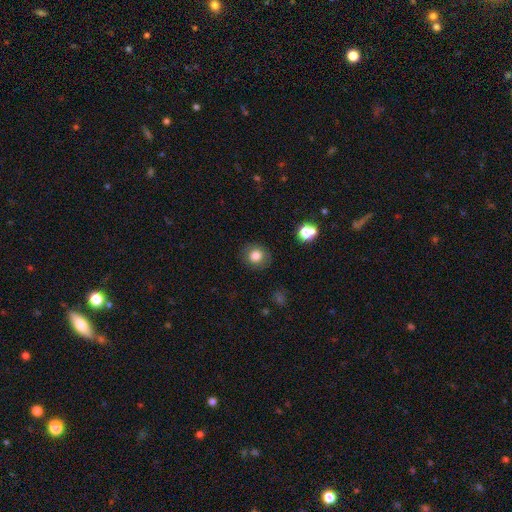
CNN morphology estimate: Smooth or featured?
  - smooth: 82% *
  - star or artifact: 11%
  - featured or disk: 7%
How rounded?
  - round: 84% *
  - in between: 16%
  - cigar-shaped: 1%
Merging?
  - none: 85% *
  - minor disturbance: 10%
  - major disturbance: 3%
  - merger: 1%